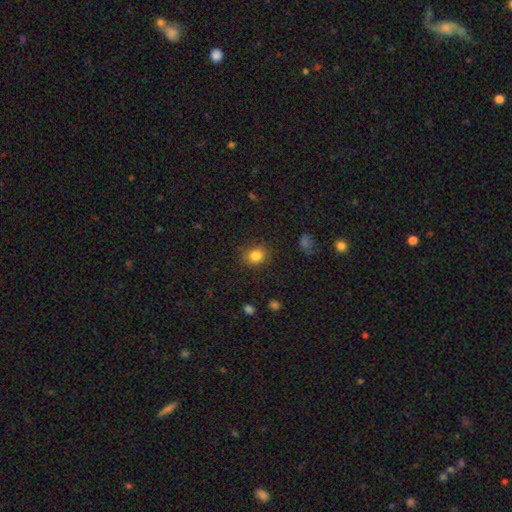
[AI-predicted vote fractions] smooth-or-featured: smooth: 83% | star or artifact: 11% | featured or disk: 6%
  how-rounded: round: 73% | in between: 26% | cigar-shaped: 1%
  merging: none: 86% | minor disturbance: 10% | major disturbance: 3% | merger: 1%